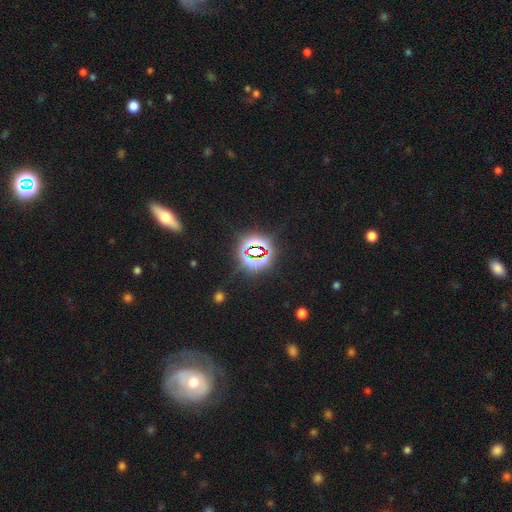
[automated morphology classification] The model was most divided on "smooth or featured": star or artifact: 78%, smooth: 14%, featured or disk: 8%.